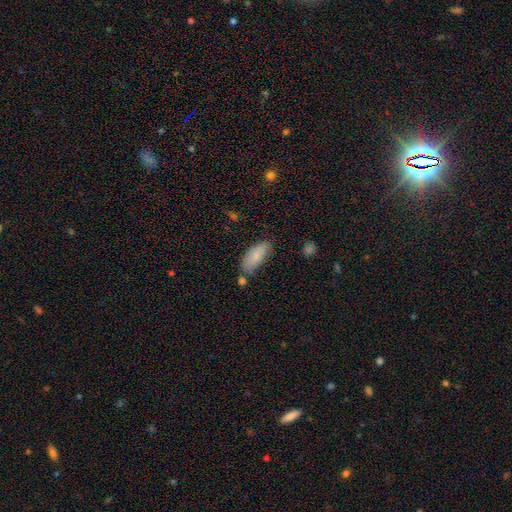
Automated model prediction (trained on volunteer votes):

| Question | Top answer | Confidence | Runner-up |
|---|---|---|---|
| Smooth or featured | smooth | 83% | featured or disk (11%) |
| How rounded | in between | 83% | cigar-shaped (15%) |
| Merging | none | 66% | minor disturbance (22%) |